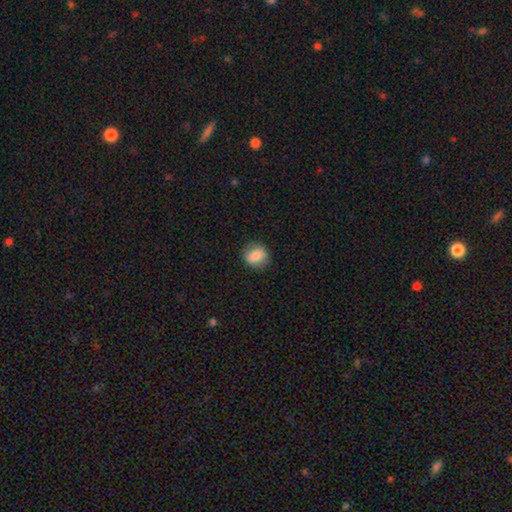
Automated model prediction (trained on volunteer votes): Smooth or featured? smooth (80%)
How rounded? round (77%)
Merging? none (86%)